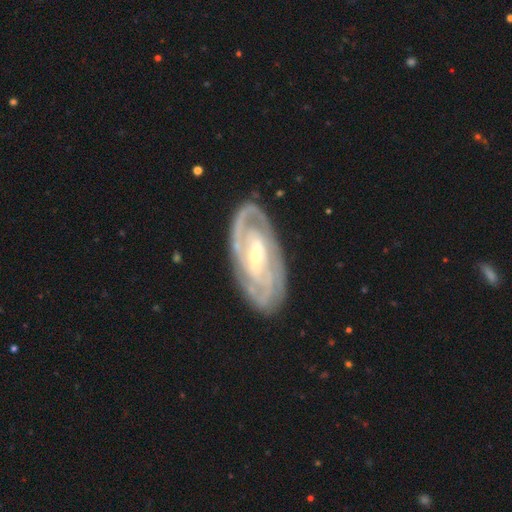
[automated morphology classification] smooth-or-featured: featured or disk: 87% | smooth: 8% | star or artifact: 5%
  disk-edge-on: no: 93% | yes: 7%
    bar: weak: 40% | no: 30% | strong: 29%
    has-spiral-arms: yes: 94% | no: 6%
      spiral-winding: tight: 71% | medium: 24% | loose: 5%
      spiral-arm-count: 2: 35% | can't tell: 32% | 3: 15% | 4: 7% | 1: 5% | more than 4: 5%
    bulge-size: small: 64% | moderate: 32% | large: 2% | none: 1% | dominant: 1%
  merging: none: 81% | minor disturbance: 14% | major disturbance: 4% | merger: 1%